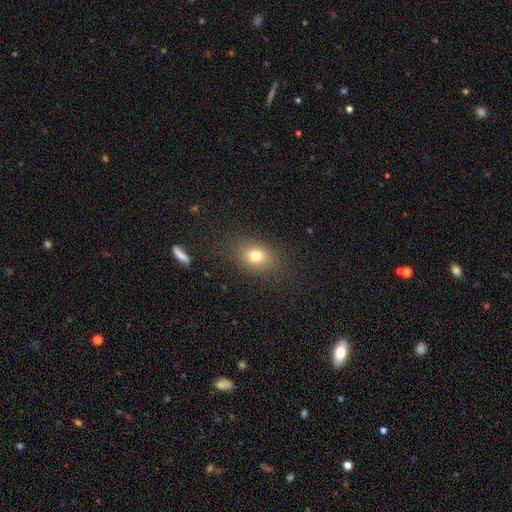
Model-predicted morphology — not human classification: Smooth or featured?
  - smooth: 76% *
  - star or artifact: 14%
  - featured or disk: 10%
How rounded?
  - in between: 59% *
  - round: 39%
  - cigar-shaped: 2%
Merging?
  - none: 83% *
  - minor disturbance: 11%
  - major disturbance: 5%
  - merger: 1%